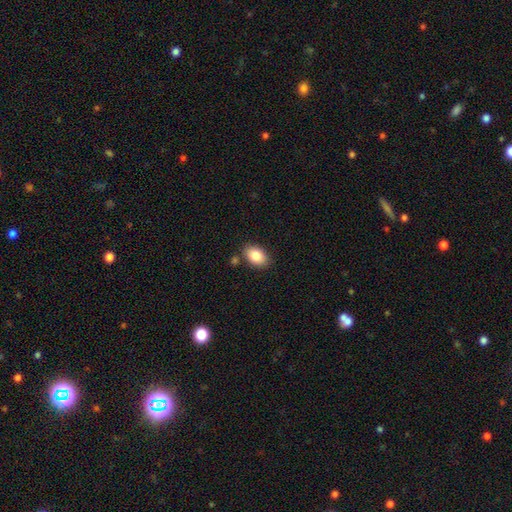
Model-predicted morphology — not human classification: smooth_or_featured: smooth (p=0.84) [alt: featured or disk p=0.08]
how_rounded: in between (p=0.89) [alt: round p=0.10]
merging: none (p=0.82) [alt: minor disturbance p=0.11]